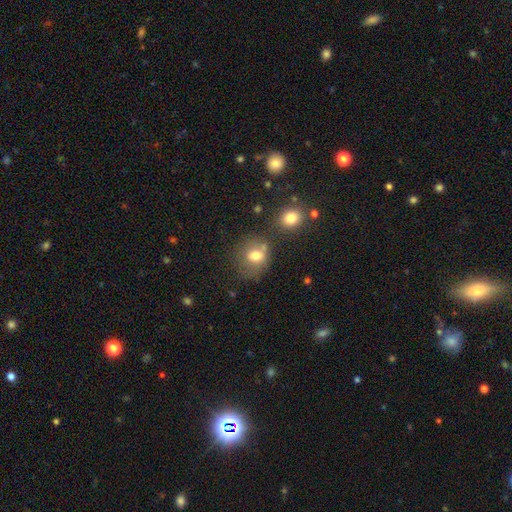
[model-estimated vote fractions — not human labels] The model was most divided on "merging": none: 53%, minor disturbance: 20%, merger: 18%, major disturbance: 10%. More confident: smooth or featured — smooth (73%); how rounded — round (72%).